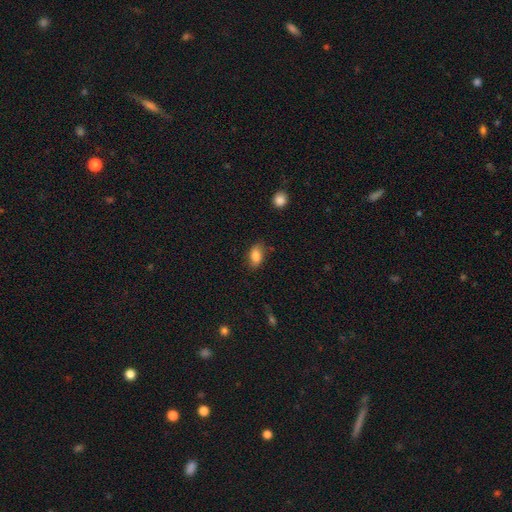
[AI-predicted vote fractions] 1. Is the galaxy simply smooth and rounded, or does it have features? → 84% smooth, 8% star or artifact, 7% featured or disk.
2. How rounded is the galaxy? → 89% in between, 8% round, 2% cigar-shaped.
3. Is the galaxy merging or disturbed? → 78% none, 17% minor disturbance, 4% major disturbance, 2% merger.